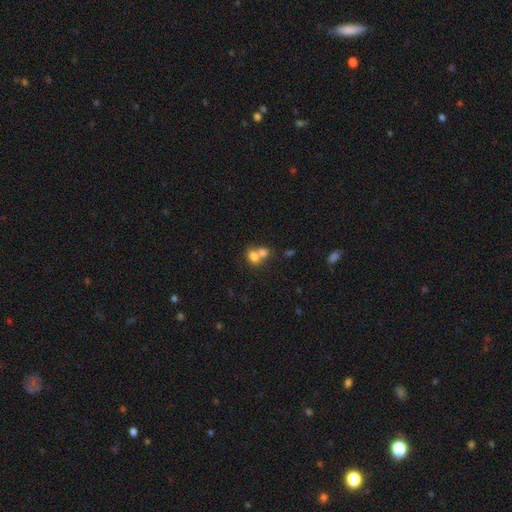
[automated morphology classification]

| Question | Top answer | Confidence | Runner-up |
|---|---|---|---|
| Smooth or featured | smooth | 74% | featured or disk (15%) |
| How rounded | in between | 63% | round (36%) |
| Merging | merger | 65% | none (24%) |